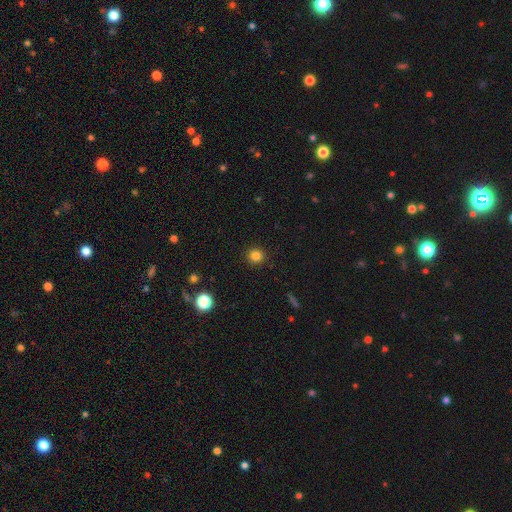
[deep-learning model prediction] smooth 83%, star or artifact 13%, featured or disk 4%. Down the decision tree: how rounded — round (93%); merging — none (92%).